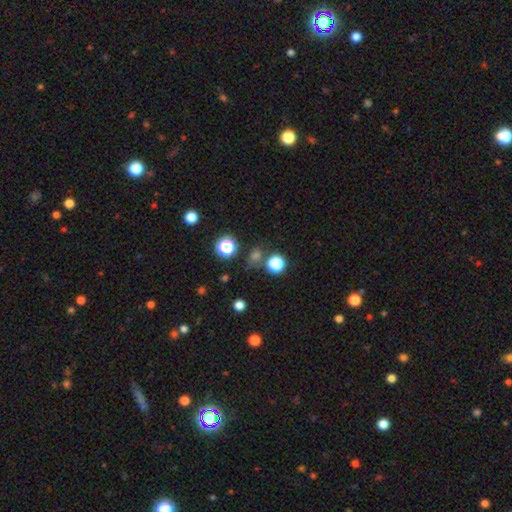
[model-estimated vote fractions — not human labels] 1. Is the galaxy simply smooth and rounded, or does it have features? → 59% smooth, 34% star or artifact, 7% featured or disk.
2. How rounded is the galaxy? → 81% round, 18% in between, 1% cigar-shaped.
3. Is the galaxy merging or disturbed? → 73% none, 12% merger, 10% minor disturbance, 5% major disturbance.